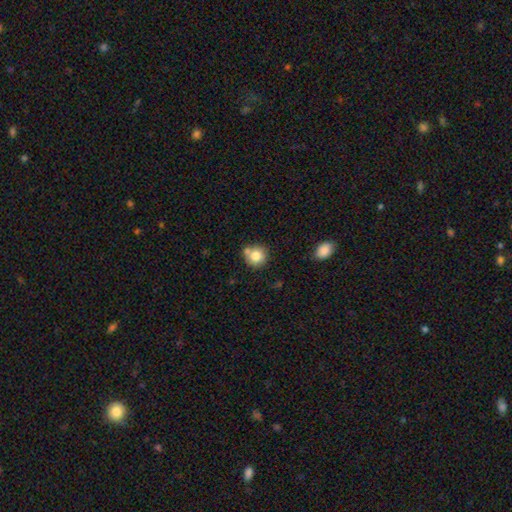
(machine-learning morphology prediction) The model was most divided on "merging": none: 65%, merger: 20%, minor disturbance: 12%, major disturbance: 3%. More confident: how rounded — round (90%); smooth or featured — smooth (80%).